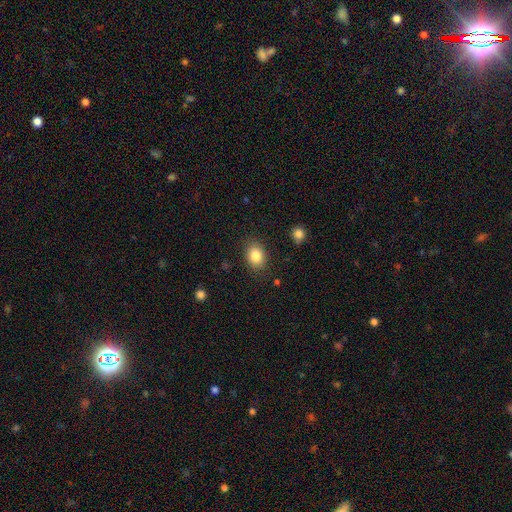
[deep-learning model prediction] This appears to be a smooth galaxy with no disk features (85%) that is in between round and cigar-shaped (59%). Merging: none (85%).